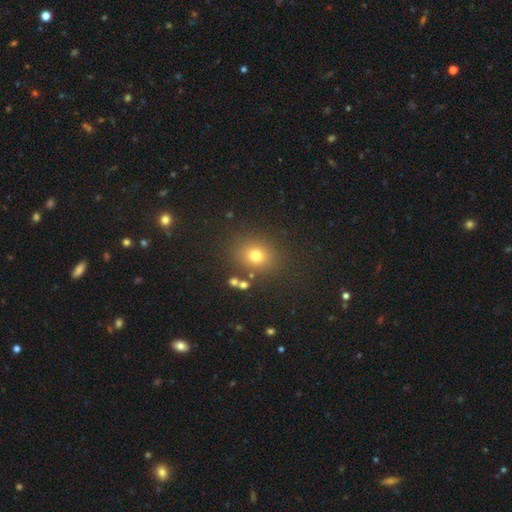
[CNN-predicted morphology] This is likely a smooth galaxy (74%). How rounded: likely round (68%). Merging: clearly none (83%).